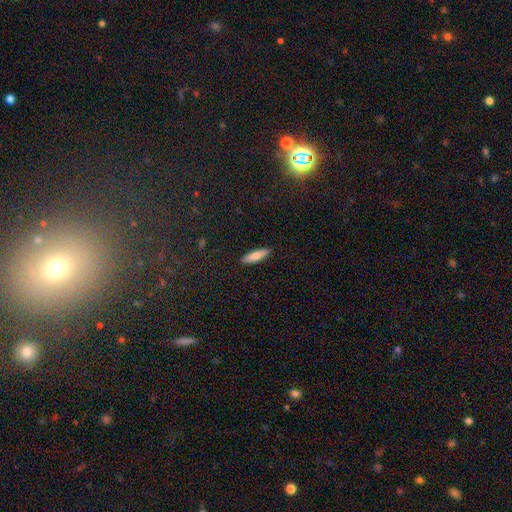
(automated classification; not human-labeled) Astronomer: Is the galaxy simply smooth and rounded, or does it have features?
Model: smooth — 74%.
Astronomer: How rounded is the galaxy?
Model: cigar-shaped — 66%.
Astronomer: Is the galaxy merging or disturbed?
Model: none — 90%.